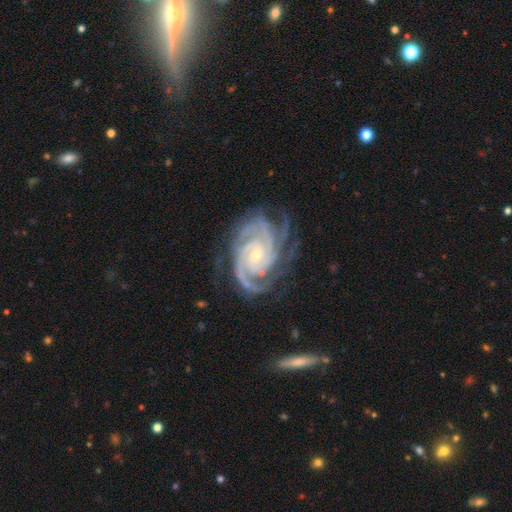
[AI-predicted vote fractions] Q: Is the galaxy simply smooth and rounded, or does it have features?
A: featured or disk — 93%.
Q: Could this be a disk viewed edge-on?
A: no — 98%.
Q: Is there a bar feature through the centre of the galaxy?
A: no — 63%.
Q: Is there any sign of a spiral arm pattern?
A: yes — 99%.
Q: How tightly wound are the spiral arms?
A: tight — 62%.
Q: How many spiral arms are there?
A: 3 — 30%.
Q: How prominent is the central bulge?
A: small — 71%.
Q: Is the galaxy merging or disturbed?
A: none — 69%.